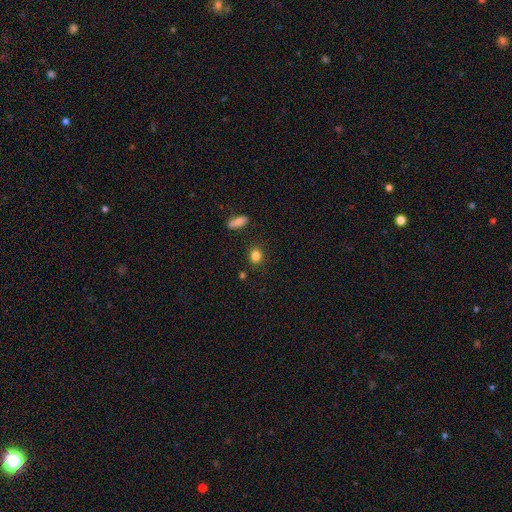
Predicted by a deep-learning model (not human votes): Smooth or featured? Predicted: smooth (p=0.83). How rounded? Predicted: round (p=0.68). Merging? Predicted: none (p=0.85).